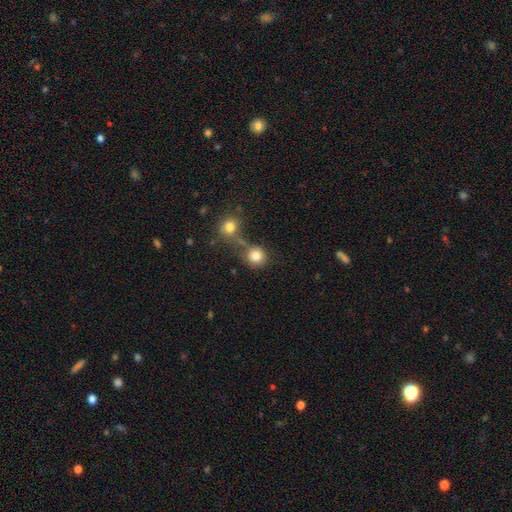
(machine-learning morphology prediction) smooth-or-featured: smooth: 82% | star or artifact: 11% | featured or disk: 6%
  how-rounded: round: 88% | in between: 11% | cigar-shaped: 1%
  merging: none: 59% | merger: 25% | minor disturbance: 11% | major disturbance: 5%